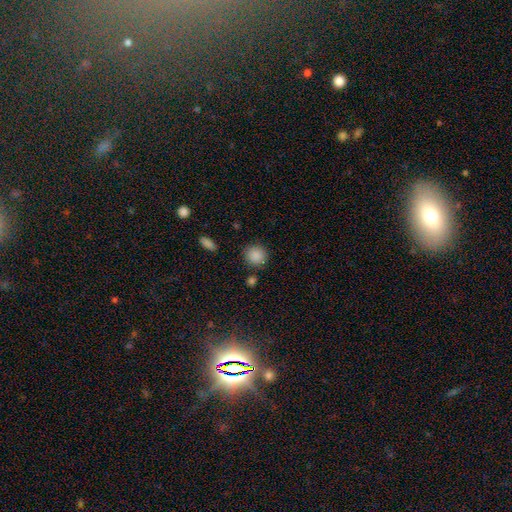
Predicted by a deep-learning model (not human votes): The model was most divided on "merging": none: 84%, minor disturbance: 9%, merger: 3%, major disturbance: 3%. More confident: smooth or featured — smooth (88%); how rounded — round (88%).